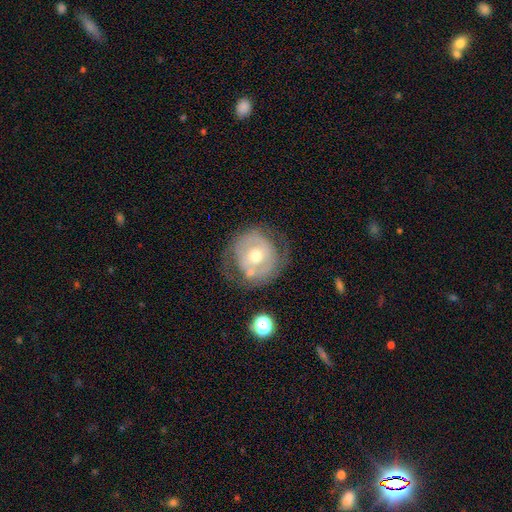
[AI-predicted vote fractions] This appears to be a featured or disk galaxy (62%) with no bar (68%), spiral arms (50%, tied with no) and a moderate central bulge (71%). Merging: none (60%).